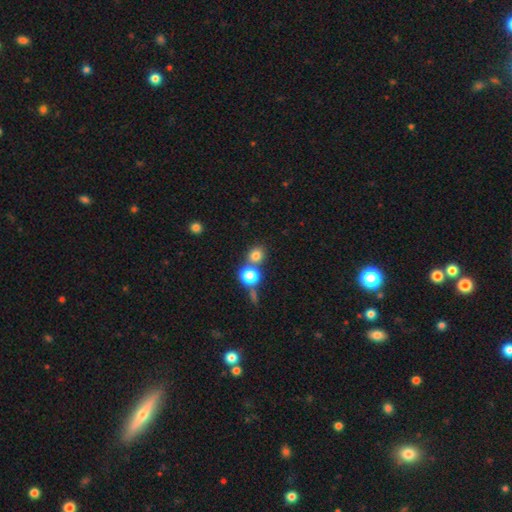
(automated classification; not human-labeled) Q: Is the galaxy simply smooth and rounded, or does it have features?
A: smooth — 78%.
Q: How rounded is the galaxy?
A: round — 82%.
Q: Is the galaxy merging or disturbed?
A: none — 55%.